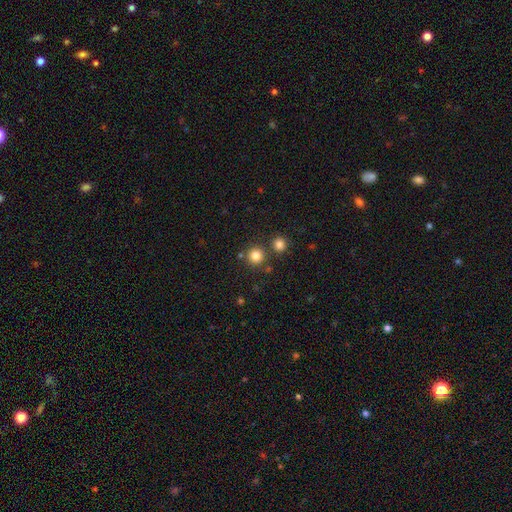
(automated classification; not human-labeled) smooth-or-featured: smooth: 82% | star or artifact: 13% | featured or disk: 5%
  how-rounded: round: 94% | in between: 5% | cigar-shaped: 1%
  merging: none: 81% | merger: 10% | minor disturbance: 6% | major disturbance: 3%